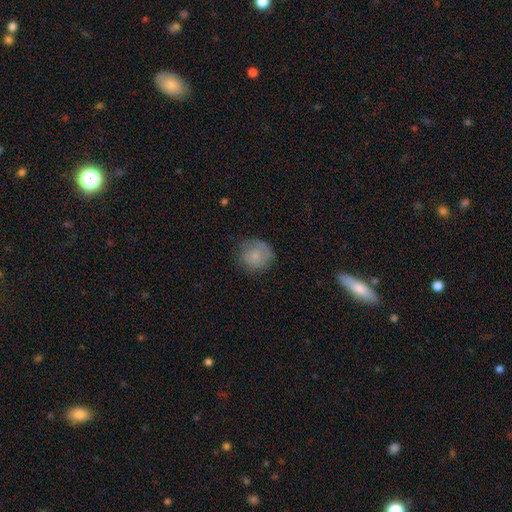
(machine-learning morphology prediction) Smooth or featured: smooth — 73% (featured or disk — 19%)
How rounded: round — 86% (in between — 13%)
Merging: none — 66% (minor disturbance — 23%)